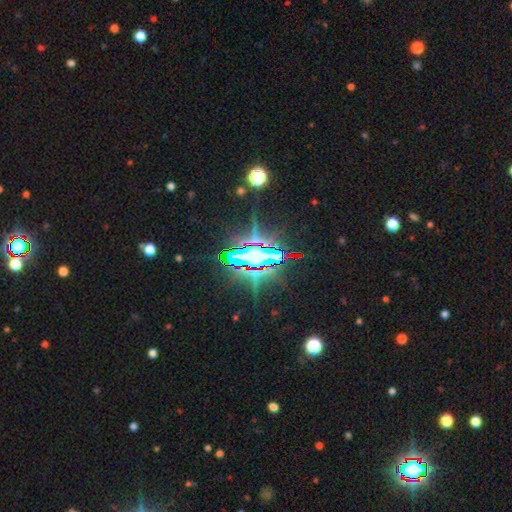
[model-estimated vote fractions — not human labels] Smooth or featured? star or artifact (76%)